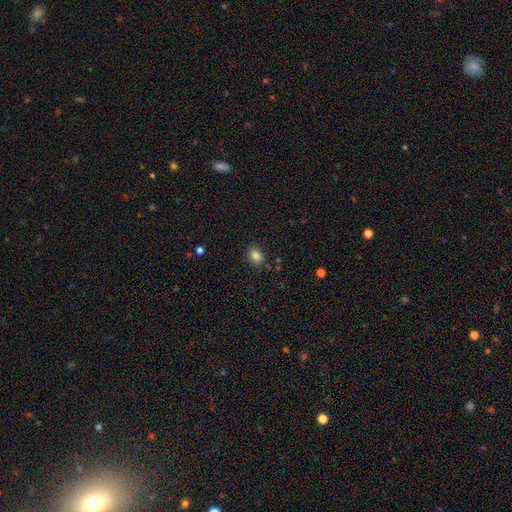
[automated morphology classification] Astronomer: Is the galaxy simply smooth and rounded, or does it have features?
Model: smooth — 84%.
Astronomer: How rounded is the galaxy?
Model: in between — 67%.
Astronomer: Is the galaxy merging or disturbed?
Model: none — 85%.